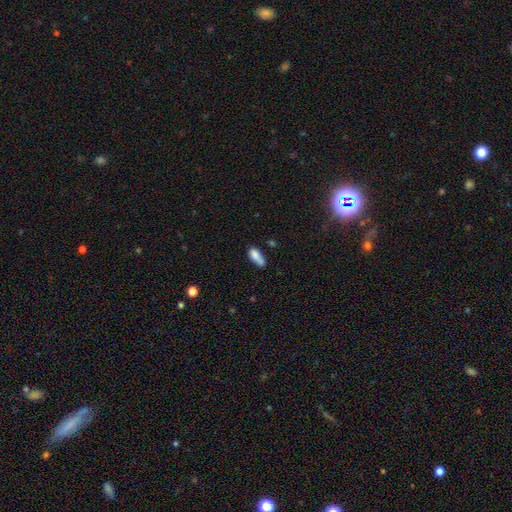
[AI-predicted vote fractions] smooth-or-featured: smooth: 80% | featured or disk: 11% | star or artifact: 9%
  how-rounded: in between: 77% | cigar-shaped: 19% | round: 4%
  merging: none: 41% | minor disturbance: 28% | merger: 19% | major disturbance: 11%